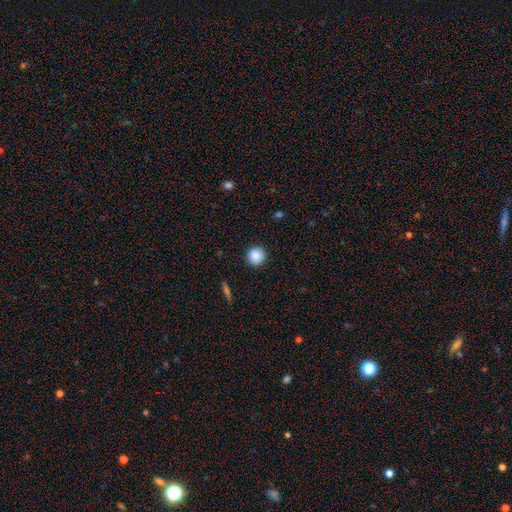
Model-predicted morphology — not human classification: A smooth galaxy with no disk features (87%) that is round (94%). Merging: none (91%).